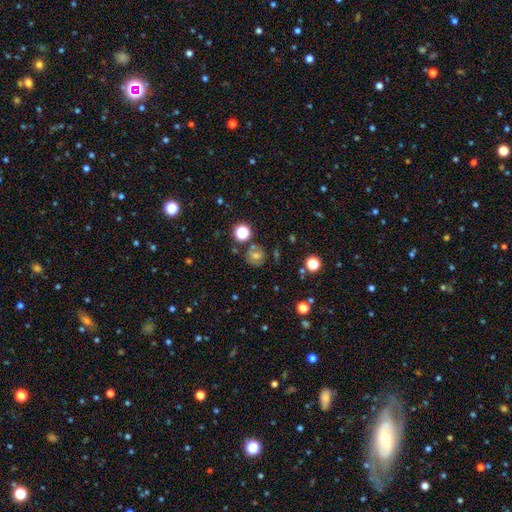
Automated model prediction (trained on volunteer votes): A smooth galaxy with no disk features (50%). Merging: none (71%).